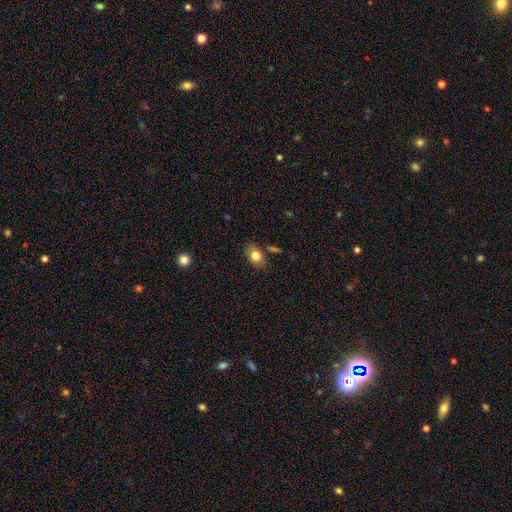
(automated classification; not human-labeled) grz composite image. It shows a smooth galaxy with no disk features (81%) that is in between round and cigar-shaped (77%). Merging: none (78%).